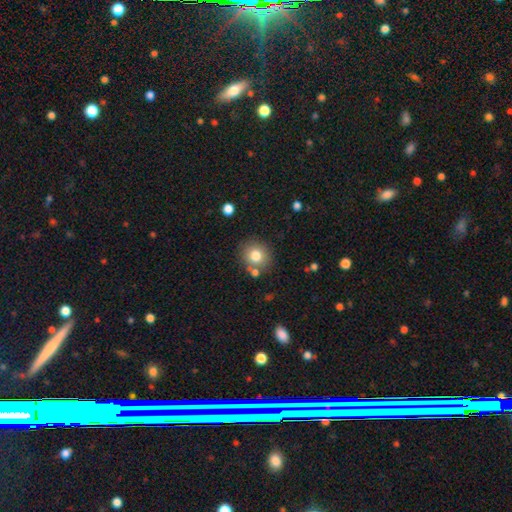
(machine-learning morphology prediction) Smooth or featured? smooth (78%)
How rounded? round (85%)
Merging? none (75%)